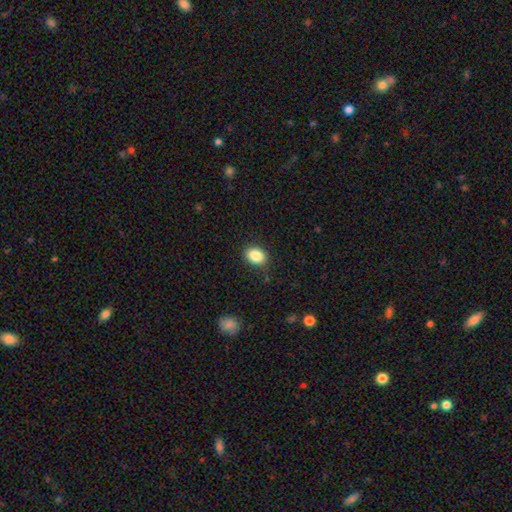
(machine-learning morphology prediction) A smooth galaxy with no disk features (87%) that is in between round and cigar-shaped (72%).

Vote fractions:
- Smooth or featured? smooth: 87% / star or artifact: 9% / featured or disk: 5%
- How rounded? in between: 72% / round: 27% / cigar-shaped: 1%
- Merging? none: 85% / minor disturbance: 11% / major disturbance: 3% / merger: 1%